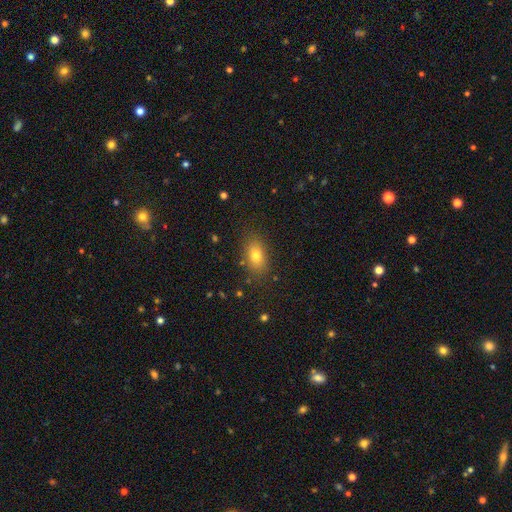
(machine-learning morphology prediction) Q: Smooth or featured?
A: smooth (78%); runner-up: featured or disk (11%)
Q: How rounded?
A: in between (85%); runner-up: round (11%)
Q: Merging?
A: none (84%); runner-up: minor disturbance (11%)